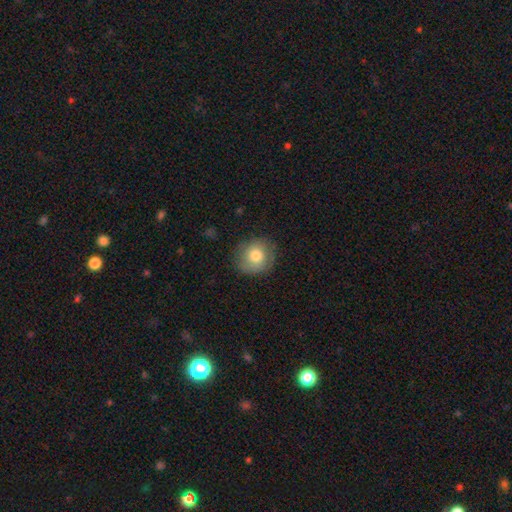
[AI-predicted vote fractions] Smooth or featured: smooth — 76% (featured or disk — 16%)
How rounded: round — 85% (in between — 14%)
Merging: none — 80% (minor disturbance — 15%)